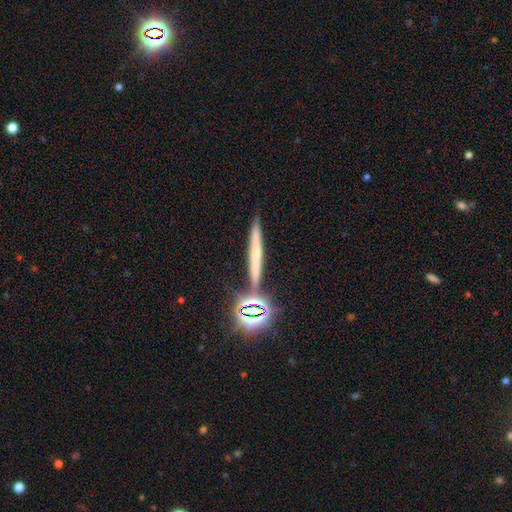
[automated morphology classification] smooth 43%, featured or disk 32%, star or artifact 25%. Down the decision tree: merging — none (83%).